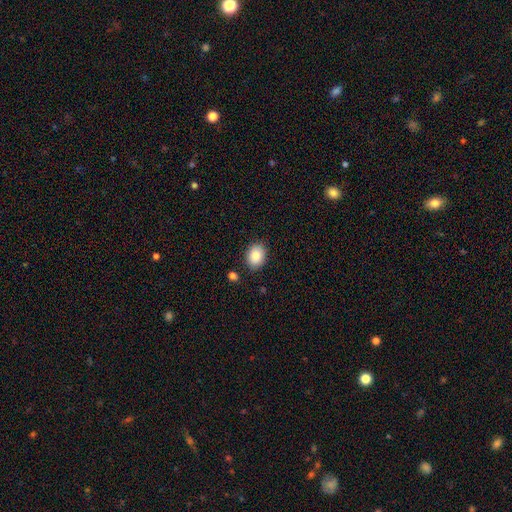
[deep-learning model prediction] Smooth or featured?
  - smooth: 87% *
  - star or artifact: 8%
  - featured or disk: 6%
How rounded?
  - in between: 60% *
  - round: 39%
  - cigar-shaped: 1%
Merging?
  - none: 86% *
  - minor disturbance: 9%
  - major disturbance: 2%
  - merger: 2%